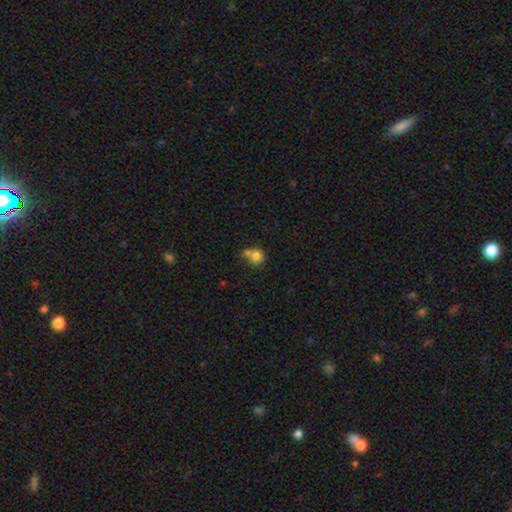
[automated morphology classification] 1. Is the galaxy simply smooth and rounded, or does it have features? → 80% smooth, 11% star or artifact, 10% featured or disk.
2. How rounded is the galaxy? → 84% round, 15% in between, 1% cigar-shaped.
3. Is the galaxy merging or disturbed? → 45% none, 39% merger, 12% minor disturbance, 4% major disturbance.